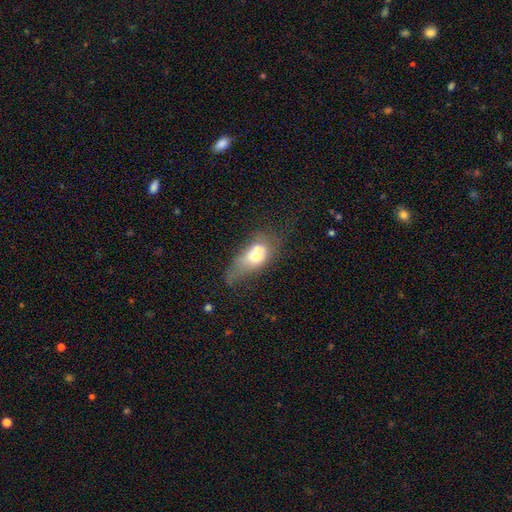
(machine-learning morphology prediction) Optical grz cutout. It shows a smooth galaxy with no disk features (59%) that is in between round and cigar-shaped (76%). Merging: merger (38%).